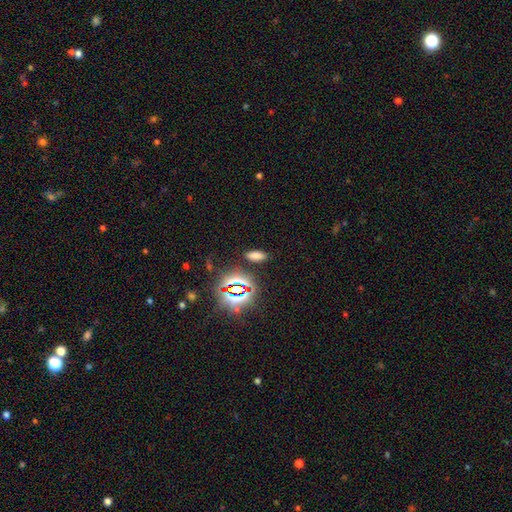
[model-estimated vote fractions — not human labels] smooth_or_featured: smooth (p=0.66) [alt: star or artifact p=0.28]
how_rounded: in between (p=0.78) [alt: cigar-shaped p=0.17]
merging: none (p=0.87) [alt: minor disturbance p=0.08]